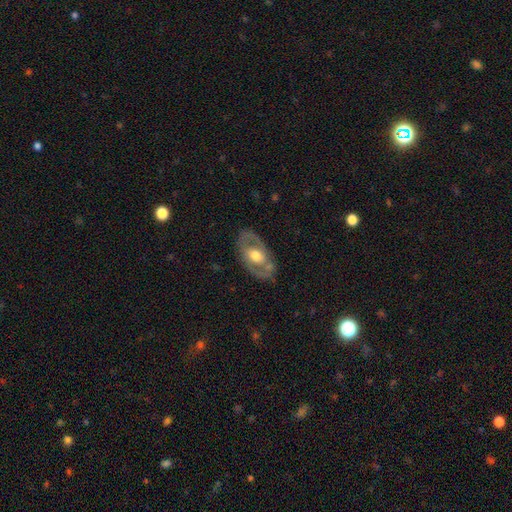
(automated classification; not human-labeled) smooth_or_featured: featured or disk (p=0.68) [alt: smooth p=0.27]
disk_edge_on: no (p=0.91) [alt: yes p=0.09]
bar: no (p=0.63) [alt: weak p=0.27]
has_spiral_arms: no (p=0.53) [alt: yes p=0.47]
bulge_size: moderate (p=0.67) [alt: large p=0.22]
merging: none (p=0.76) [alt: minor disturbance p=0.16]